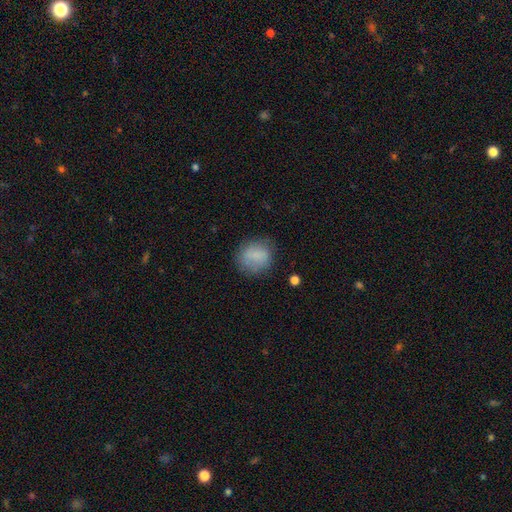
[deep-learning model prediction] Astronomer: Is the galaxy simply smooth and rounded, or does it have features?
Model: smooth — 80%.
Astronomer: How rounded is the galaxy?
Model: round — 71%.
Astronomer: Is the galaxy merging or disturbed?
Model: none — 72%.